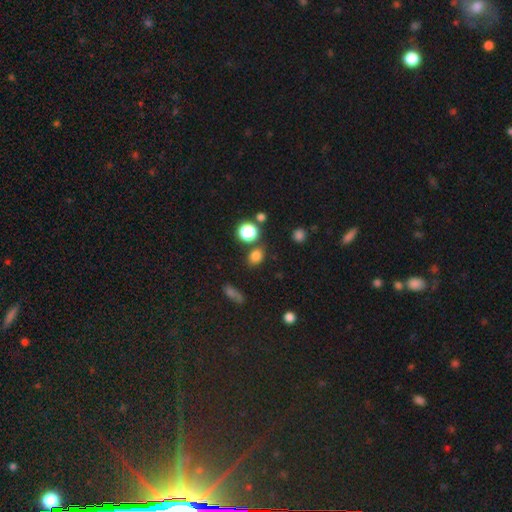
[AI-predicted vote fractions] A smooth galaxy with no disk features (78%) that is round (57%). Merging: none (75%).